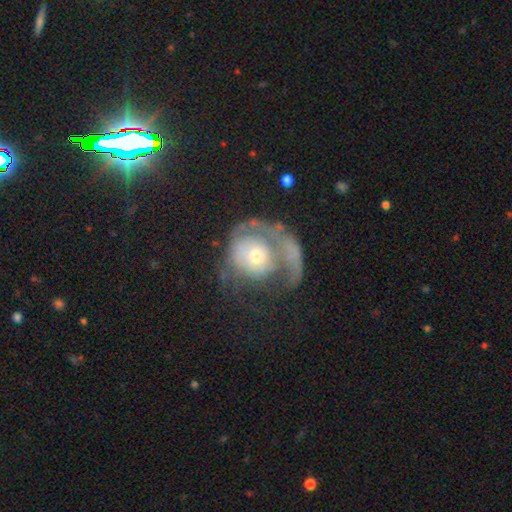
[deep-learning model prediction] Smooth or featured: featured or disk — 54% (smooth — 36%)
Edge-on disk: no — 96% (yes — 4%)
Bar: no — 86% (weak — 11%)
Spiral arms: no — 59% (yes — 41%)
Bulge size: small — 48% (moderate — 43%)
Merging: major disturbance — 45% (none — 24%)